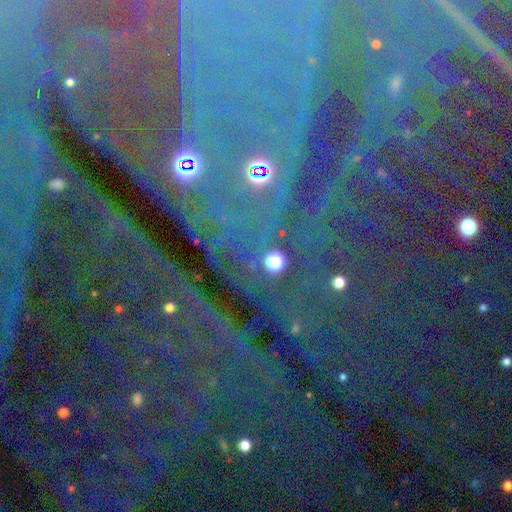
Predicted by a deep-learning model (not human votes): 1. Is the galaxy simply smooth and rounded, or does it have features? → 83% star or artifact, 10% featured or disk, 7% smooth.